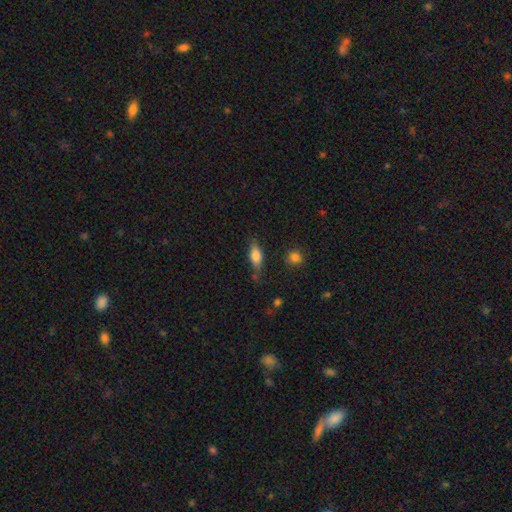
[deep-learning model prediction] smooth-or-featured: smooth: 74% | featured or disk: 18% | star or artifact: 7%
  how-rounded: in between: 74% | cigar-shaped: 22% | round: 4%
  merging: none: 70% | minor disturbance: 20% | major disturbance: 5% | merger: 4%